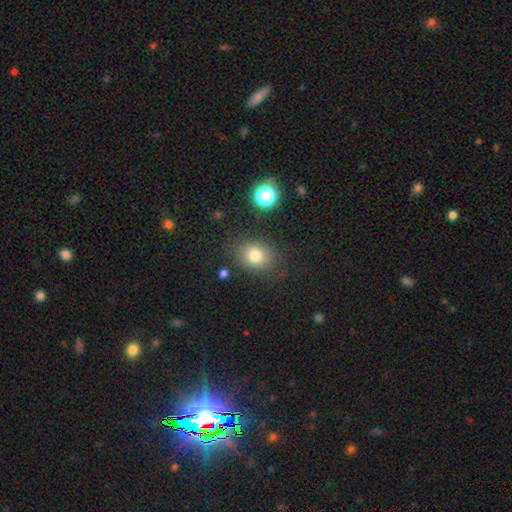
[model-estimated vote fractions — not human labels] Q: Smooth or featured?
A: smooth (61%); runner-up: star or artifact (30%)
Q: How rounded?
A: round (61%); runner-up: in between (38%)
Q: Merging?
A: none (88%); runner-up: minor disturbance (7%)